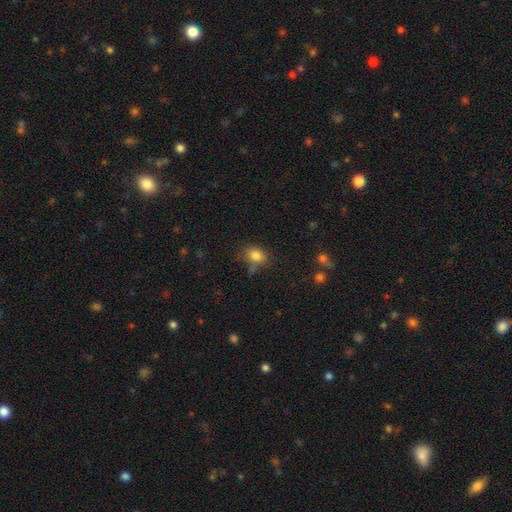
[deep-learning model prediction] Smooth or featured? smooth (82%)
How rounded? in between (66%)
Merging? none (69%)